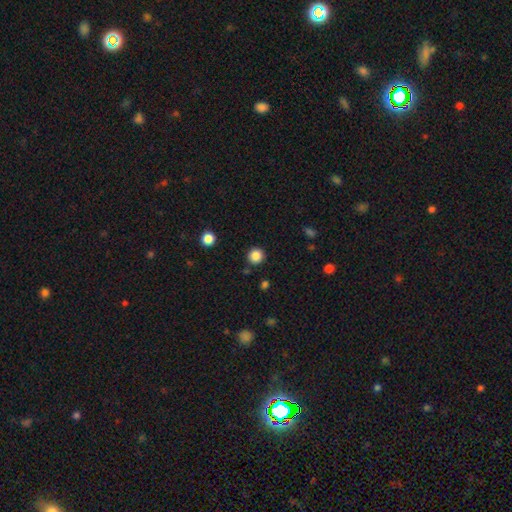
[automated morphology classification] A smooth galaxy with no disk features (86%) that is round (95%).

Vote fractions:
- Smooth or featured? smooth: 86% / star or artifact: 11% / featured or disk: 3%
- How rounded? round: 95% / in between: 4% / cigar-shaped: 1%
- Merging? none: 91% / minor disturbance: 6% / major disturbance: 2% / merger: 2%